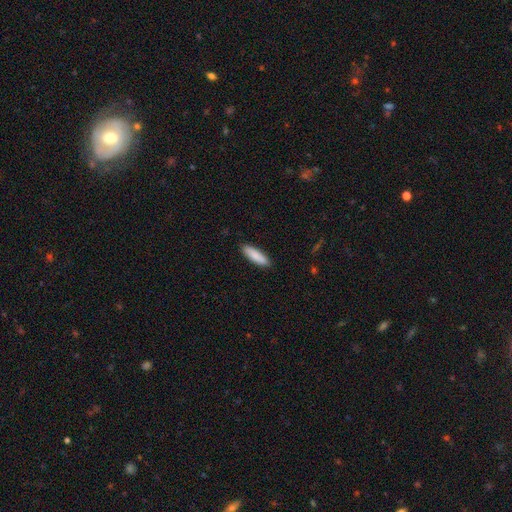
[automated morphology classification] Smooth or featured? smooth (87%)
How rounded? cigar-shaped (61%)
Merging? none (89%)